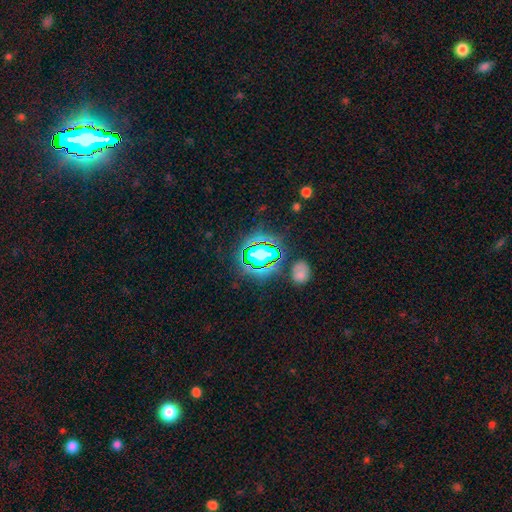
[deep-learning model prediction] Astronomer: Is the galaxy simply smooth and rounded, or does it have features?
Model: star or artifact — 78%.